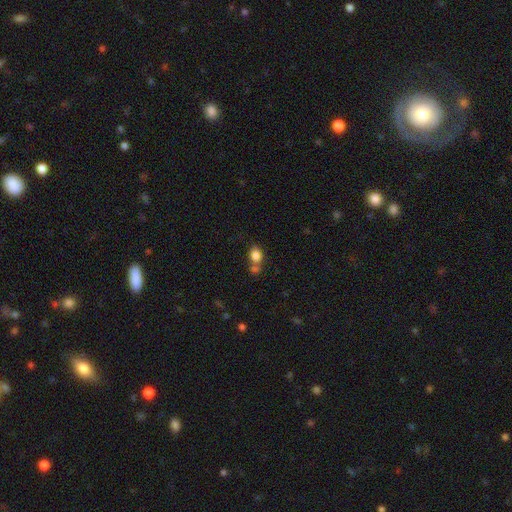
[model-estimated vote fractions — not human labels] A smooth galaxy with no disk features (82%) that is in between round and cigar-shaped (63%).

Vote fractions:
- Smooth or featured? smooth: 82% / star or artifact: 10% / featured or disk: 8%
- How rounded? in between: 63% / round: 35% / cigar-shaped: 1%
- Merging? none: 46% / merger: 35% / minor disturbance: 13% / major disturbance: 6%